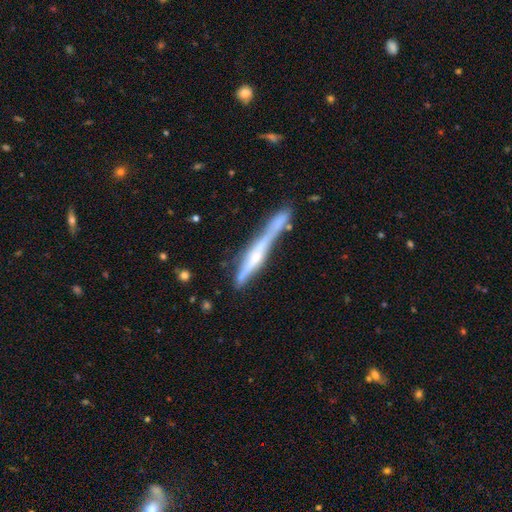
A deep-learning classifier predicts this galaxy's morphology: This appears to be a featured or disk galaxy (65%) viewed edge-on (94%) with a rounded central bulge (46%). Merging: none (56%).